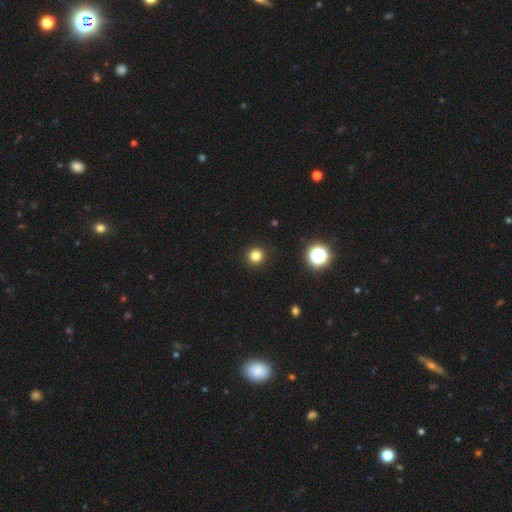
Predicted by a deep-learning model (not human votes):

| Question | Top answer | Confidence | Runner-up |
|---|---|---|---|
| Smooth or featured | smooth | 81% | star or artifact (14%) |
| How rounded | round | 95% | in between (4%) |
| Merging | none | 93% | minor disturbance (4%) |